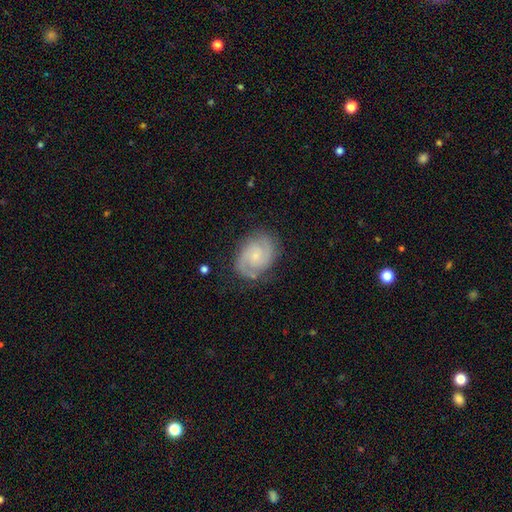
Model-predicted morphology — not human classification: A featured or disk galaxy (83%) with no bar (64%), 2 (82%) tight (47%) spiral arms (97%) and a small central bulge (67%). Merging: none (78%).